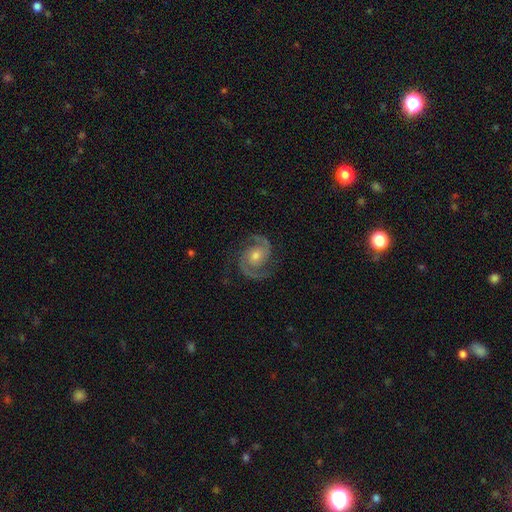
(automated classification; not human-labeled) Smooth or featured?
  - featured or disk: 92% *
  - star or artifact: 4%
  - smooth: 3%
Edge-on disk?
  - no: 98% *
  - yes: 2%
Bar?
  - no: 65% *
  - weak: 27%
  - strong: 7%
Spiral arms?
  - yes: 99% *
  - no: 1%
Spiral winding?
  - medium: 55% *
  - tight: 37%
  - loose: 9%
Spiral arm count?
  - 2: 94% *
  - 3: 2%
  - can't tell: 2%
  - 1: 1%
  - 4: 1%
  - more than 4: 1%
Bulge size?
  - moderate: 63% *
  - small: 30%
  - large: 4%
  - none: 2%
  - dominant: 1%
Merging?
  - none: 84% *
  - minor disturbance: 11%
  - major disturbance: 4%
  - merger: 1%